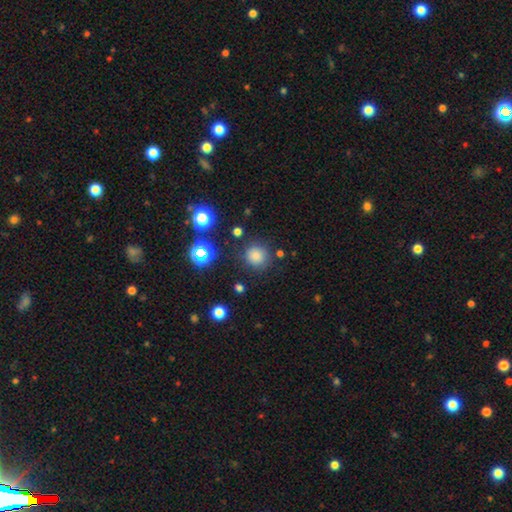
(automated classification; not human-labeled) smooth_or_featured: smooth (p=0.79) [alt: star or artifact p=0.16]
how_rounded: round (p=0.92) [alt: in between p=0.07]
merging: none (p=0.83) [alt: minor disturbance p=0.10]